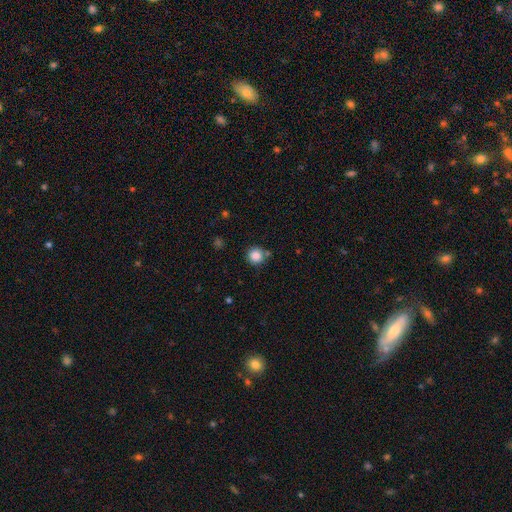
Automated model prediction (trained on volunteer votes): This appears to be a smooth galaxy with no disk features (85%) that is round (94%). Merging: none (81%).